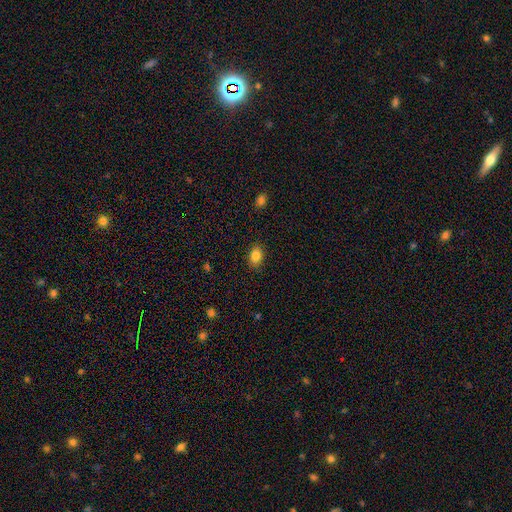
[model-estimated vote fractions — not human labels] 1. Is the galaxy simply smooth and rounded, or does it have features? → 85% smooth, 9% star or artifact, 6% featured or disk.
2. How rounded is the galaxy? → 78% in between, 21% round, 1% cigar-shaped.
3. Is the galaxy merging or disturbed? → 87% none, 9% minor disturbance, 2% major disturbance, 1% merger.